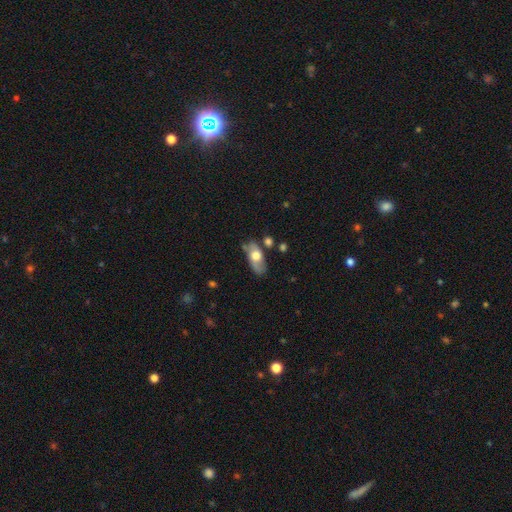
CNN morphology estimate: This is possibly a smooth galaxy (55%). How rounded: clearly in between (85%). Merging: likely none (64%).